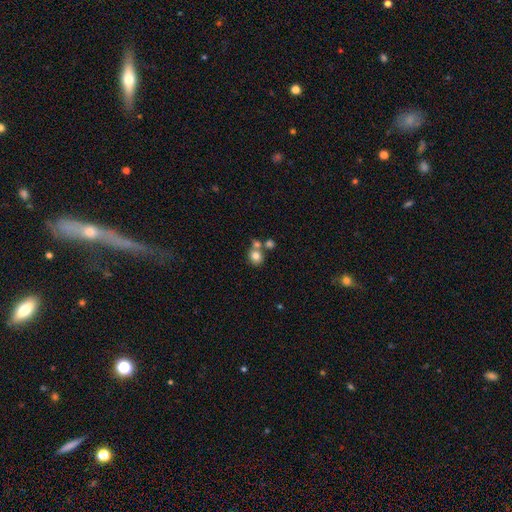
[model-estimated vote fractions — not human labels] smooth 78%, star or artifact 12%, featured or disk 10%. Down the decision tree: how rounded — round (81%); merging — none (52%).